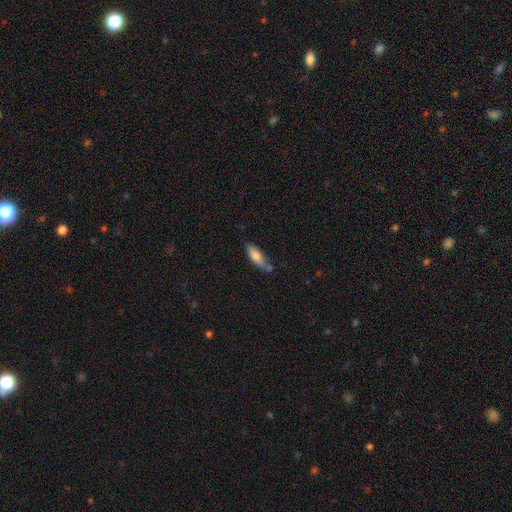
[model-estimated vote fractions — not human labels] Overall: smooth (76%). How rounded: in between (59%; cigar-shaped 39%). Merging: none (54%; minor disturbance 26%).